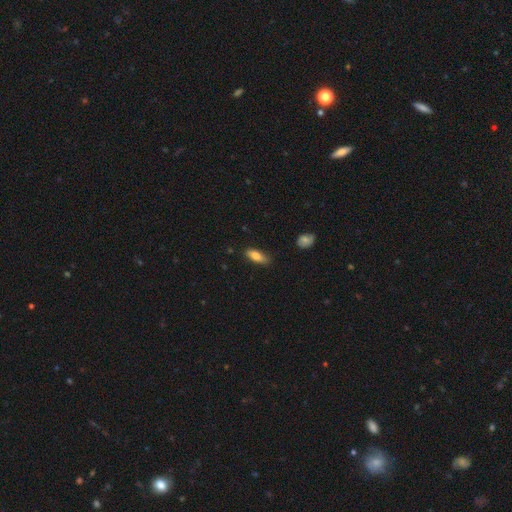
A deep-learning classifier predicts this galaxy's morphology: Smooth or featured?
  - smooth: 82% *
  - featured or disk: 11%
  - star or artifact: 7%
How rounded?
  - in between: 71% *
  - cigar-shaped: 27%
  - round: 2%
Merging?
  - none: 77% *
  - minor disturbance: 18%
  - major disturbance: 3%
  - merger: 2%